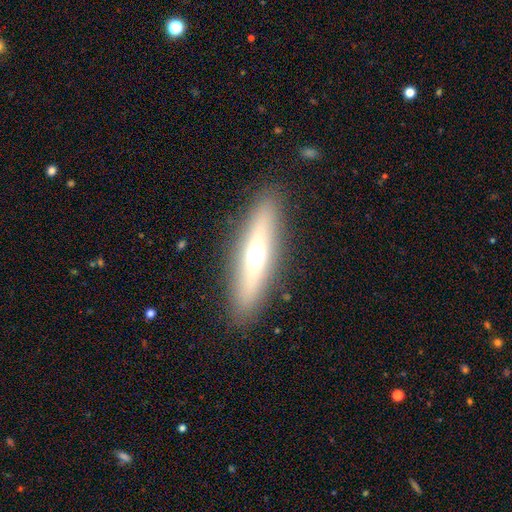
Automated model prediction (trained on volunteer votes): Smooth or featured?
  - featured or disk: 47% *
  - smooth: 44%
  - star or artifact: 8%
Merging?
  - none: 89% *
  - minor disturbance: 7%
  - major disturbance: 3%
  - merger: 1%